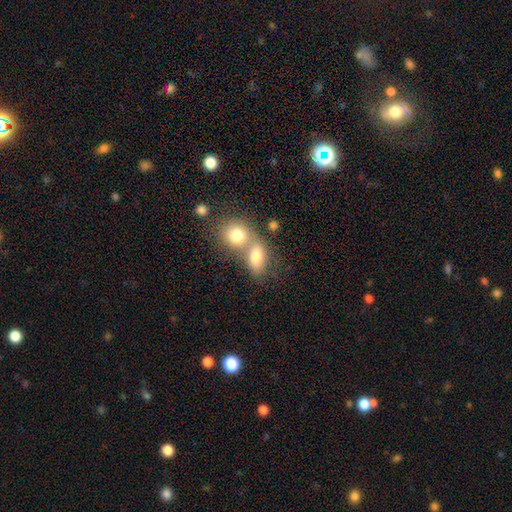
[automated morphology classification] smooth_or_featured: smooth (p=0.78) [alt: featured or disk p=0.13]
how_rounded: in between (p=0.71) [alt: round p=0.25]
merging: merger (p=0.59) [alt: none p=0.28]